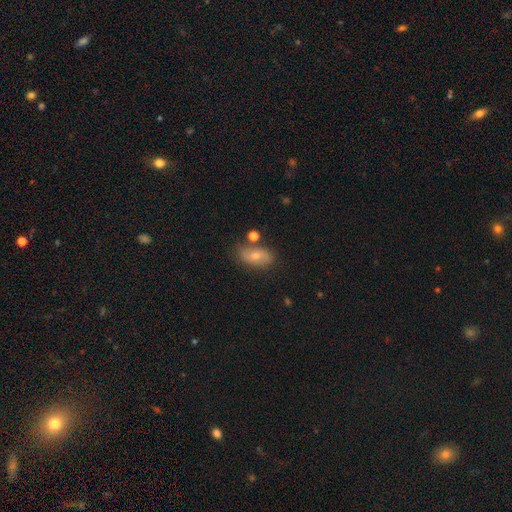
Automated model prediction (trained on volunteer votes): Smooth or featured: smooth — 58% (featured or disk — 33%)
How rounded: in between — 88% (round — 9%)
Merging: none — 71% (minor disturbance — 17%)